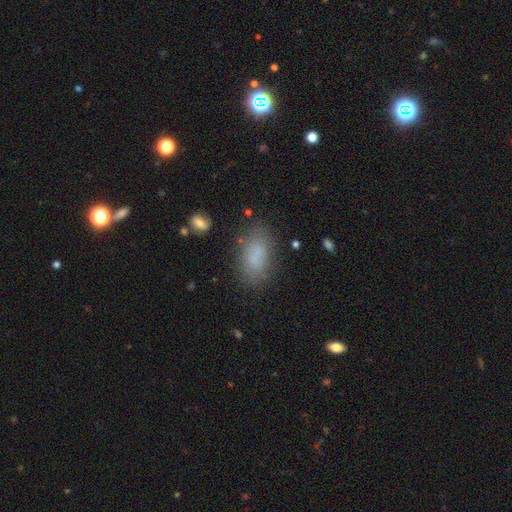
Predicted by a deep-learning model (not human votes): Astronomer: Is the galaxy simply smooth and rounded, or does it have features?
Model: smooth — 82%.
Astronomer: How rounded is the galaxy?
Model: in between — 90%.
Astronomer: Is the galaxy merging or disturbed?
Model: none — 77%.